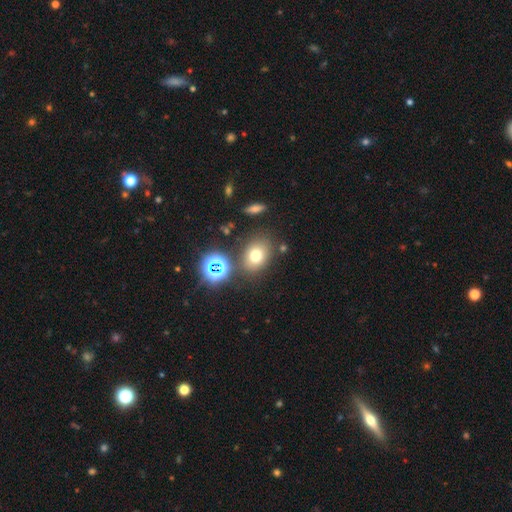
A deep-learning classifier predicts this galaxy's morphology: Q: Smooth or featured?
A: smooth (69%); runner-up: star or artifact (19%)
Q: How rounded?
A: in between (55%); runner-up: round (44%)
Q: Merging?
A: none (77%); runner-up: minor disturbance (12%)